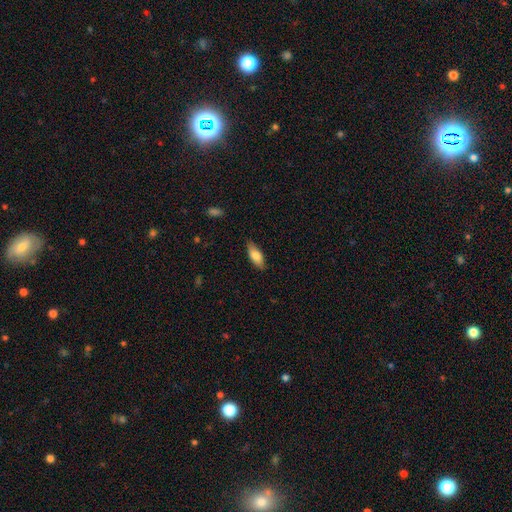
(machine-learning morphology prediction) This appears to be a smooth galaxy with no disk features (80%) that is in between round and cigar-shaped (75%). Merging: none (82%).